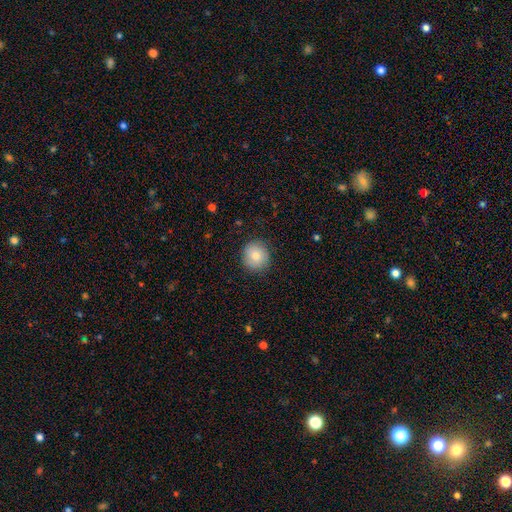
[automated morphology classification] This is clearly a smooth galaxy (80%). How rounded: clearly round (90%). Merging: clearly none (87%).